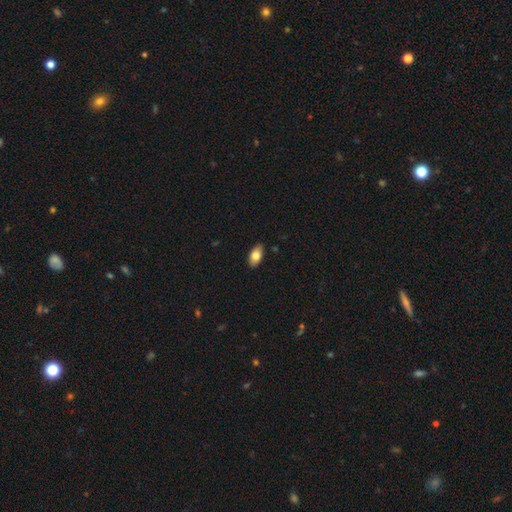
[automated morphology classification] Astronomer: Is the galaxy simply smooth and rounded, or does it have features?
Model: smooth — 81%.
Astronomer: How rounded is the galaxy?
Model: in between — 92%.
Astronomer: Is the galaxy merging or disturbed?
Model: none — 87%.